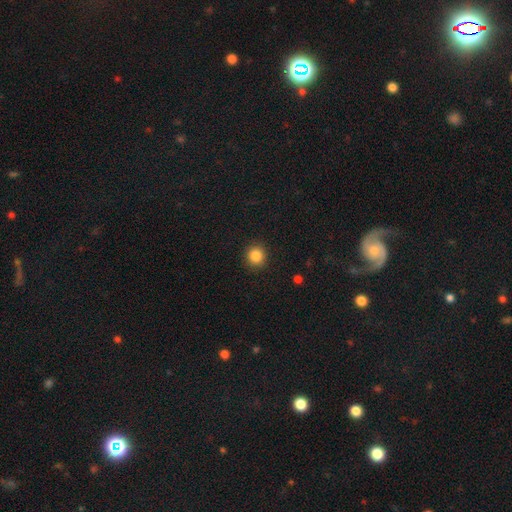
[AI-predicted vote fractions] Morphology: type=smooth (85%); roundness=round (91%); merging=none (91%).